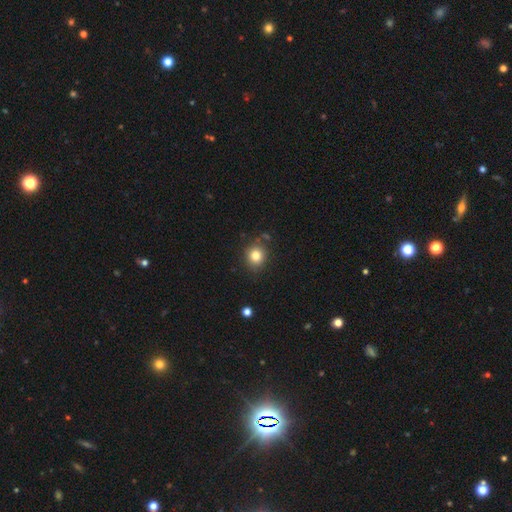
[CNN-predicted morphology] This appears to be a smooth galaxy with no disk features (81%) that is round (77%). Merging: none (80%).